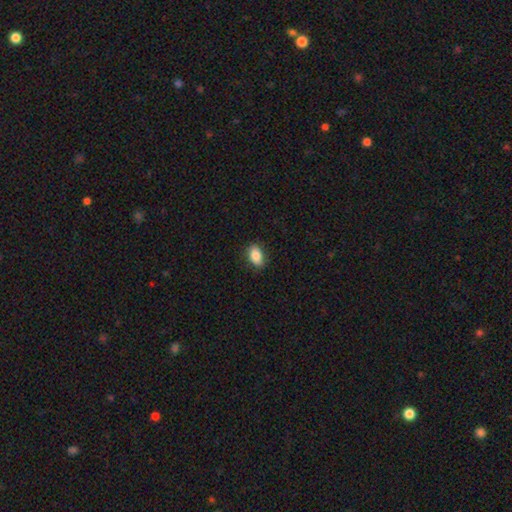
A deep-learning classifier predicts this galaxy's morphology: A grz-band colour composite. It shows a smooth galaxy with no disk features (85%) that is in between round and cigar-shaped (88%). Merging: none (86%).